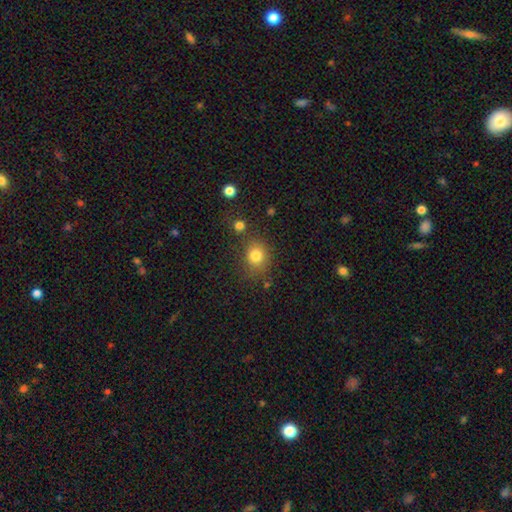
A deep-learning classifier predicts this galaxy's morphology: smooth 80%, star or artifact 13%, featured or disk 7%. Down the decision tree: how rounded — round (71%); merging — none (73%).